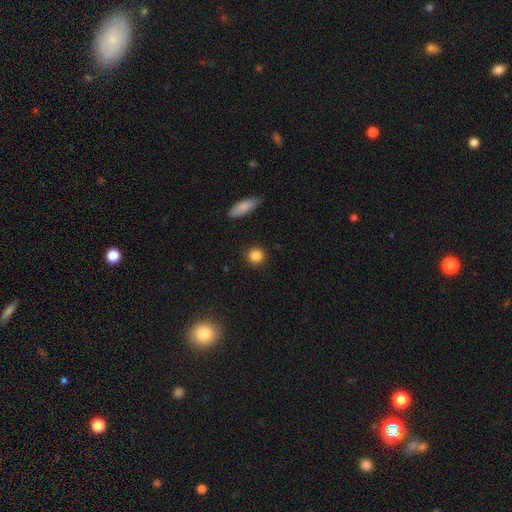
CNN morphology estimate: This appears to be a smooth galaxy with no disk features (86%) that is round (91%). Merging: none (91%).